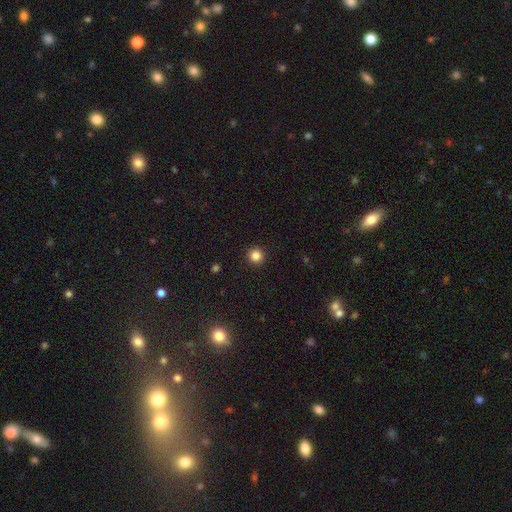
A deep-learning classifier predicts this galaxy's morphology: This is clearly a smooth galaxy (84%). How rounded: clearly round (95%). Merging: clearly none (93%).